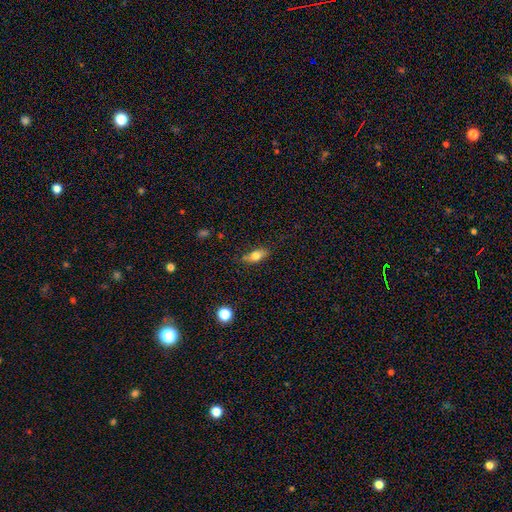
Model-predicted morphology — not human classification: Q: Smooth or featured?
A: smooth (69%); runner-up: featured or disk (22%)
Q: How rounded?
A: in between (76%); runner-up: cigar-shaped (18%)
Q: Merging?
A: none (76%); runner-up: minor disturbance (18%)